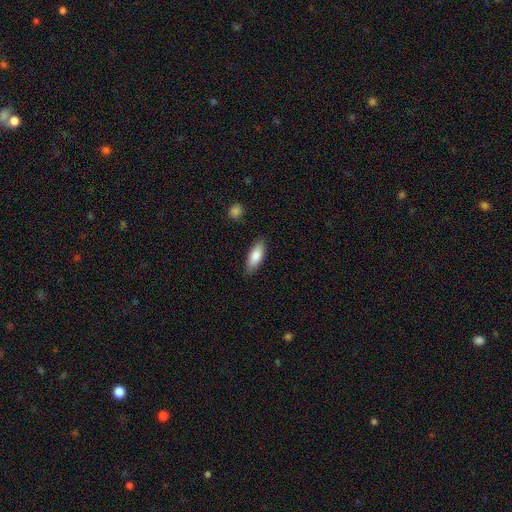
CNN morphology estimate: This appears to be a smooth galaxy with no disk features (83%) that is in between round and cigar-shaped (70%). Merging: none (85%).